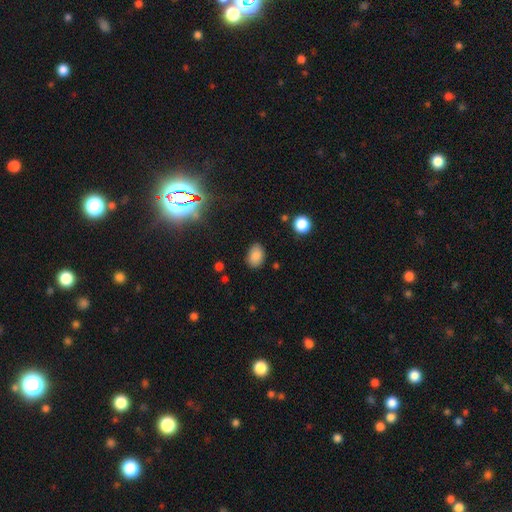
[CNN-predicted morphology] smooth_or_featured: smooth (p=0.84) [alt: star or artifact p=0.11]
how_rounded: in between (p=0.78) [alt: round p=0.21]
merging: none (p=0.80) [alt: minor disturbance p=0.15]